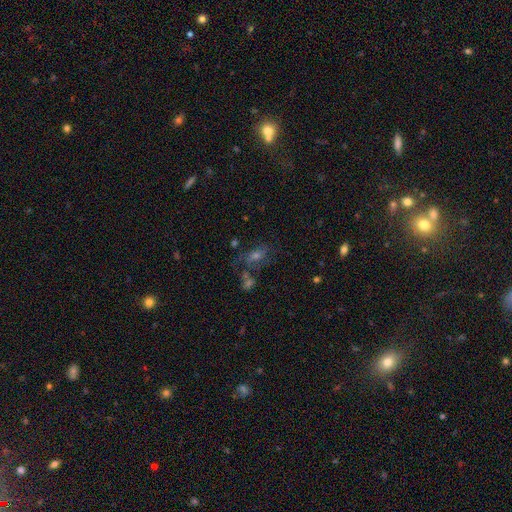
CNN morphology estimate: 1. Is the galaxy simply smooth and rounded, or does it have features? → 37% featured or disk, 32% star or artifact, 31% smooth.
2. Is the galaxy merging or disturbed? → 55% none, 16% merger, 16% minor disturbance, 12% major disturbance.